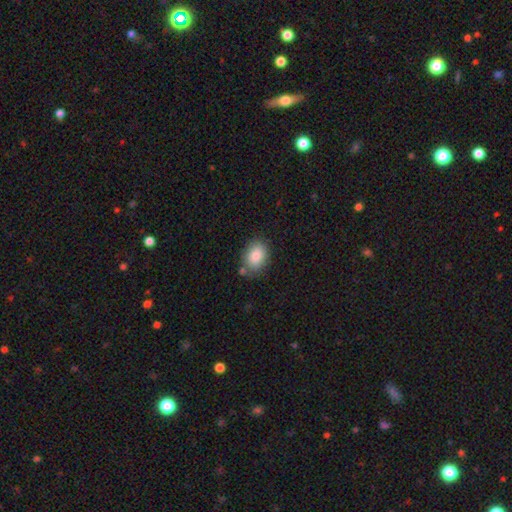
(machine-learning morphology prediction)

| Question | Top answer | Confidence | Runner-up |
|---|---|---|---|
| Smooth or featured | smooth | 85% | featured or disk (8%) |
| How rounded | in between | 74% | round (25%) |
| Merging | none | 74% | minor disturbance (16%) |